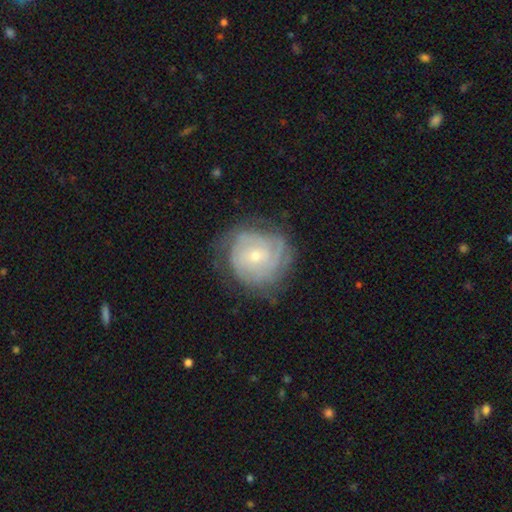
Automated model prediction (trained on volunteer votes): This is likely a featured or disk galaxy (74%). It is clearly not viewed edge-on (97%). Bar: likely no (74%). Spiral arm pattern: clearly yes (89%). Spiral arm count: possibly can't tell (47%). Spiral winding: likely tight (71%). Central bulge: likely small (66%). Merging: likely none (67%).